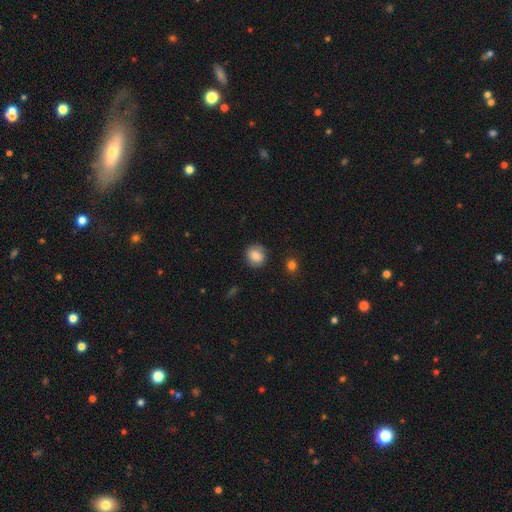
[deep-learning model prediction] smooth 83%, featured or disk 9%, star or artifact 8%. Down the decision tree: how rounded — round (79%); merging — none (84%).